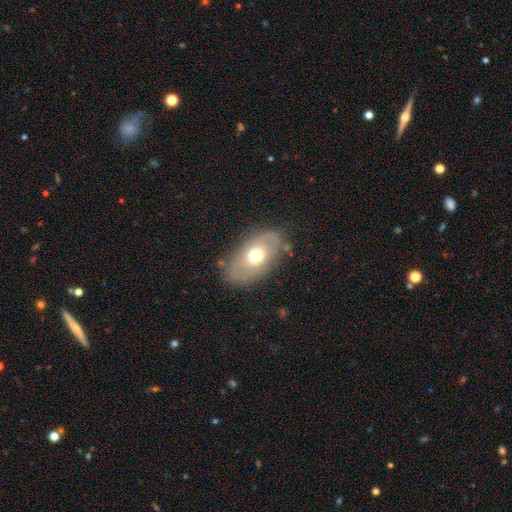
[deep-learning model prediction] A smooth galaxy with no disk features (53%) that is in between round and cigar-shaped (89%). Merging: none (78%).